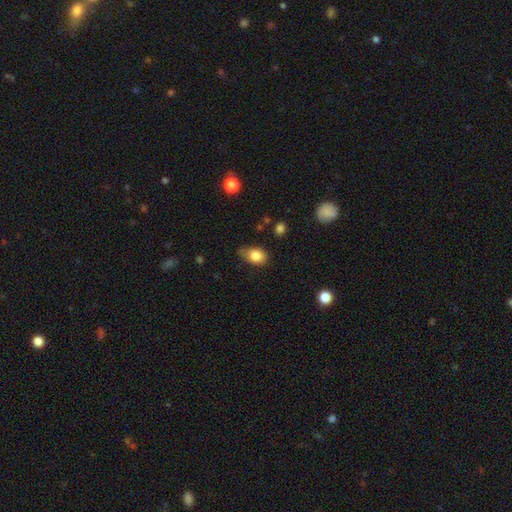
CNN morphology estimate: Overall: smooth (83%). How rounded: in between (74%). Merging: none (56%; minor disturbance 35%).